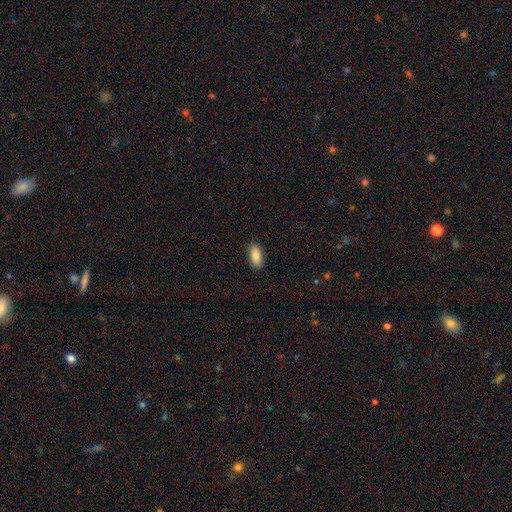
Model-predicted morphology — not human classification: Smooth or featured?
  - smooth: 82% *
  - featured or disk: 11%
  - star or artifact: 7%
How rounded?
  - in between: 87% *
  - cigar-shaped: 10%
  - round: 3%
Merging?
  - none: 88% *
  - minor disturbance: 9%
  - major disturbance: 2%
  - merger: 1%